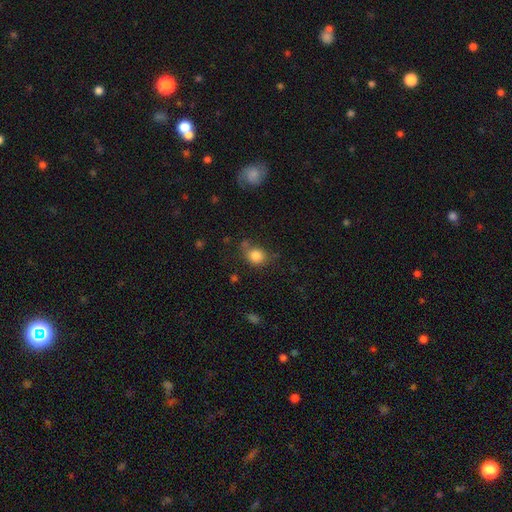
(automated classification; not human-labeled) A smooth galaxy with no disk features (83%) that is round (66%). Merging: none (66%).